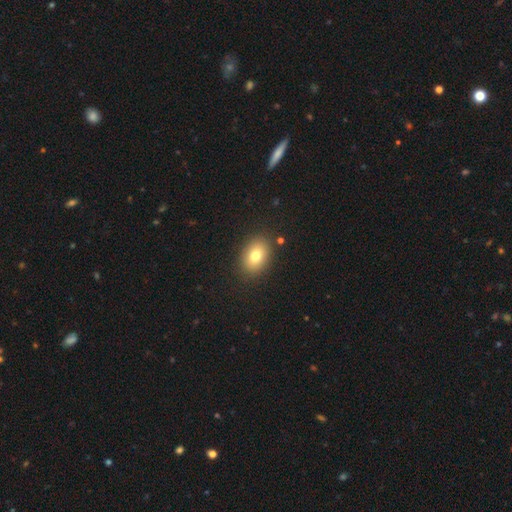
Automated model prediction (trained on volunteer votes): Morphology: type=smooth (78%); roundness=in between (74%); merging=none (87%).